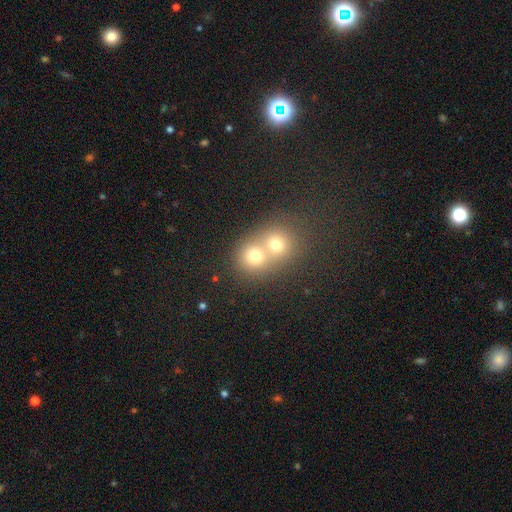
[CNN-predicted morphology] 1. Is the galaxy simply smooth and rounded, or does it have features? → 65% smooth, 18% star or artifact, 18% featured or disk.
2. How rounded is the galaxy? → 77% round, 23% in between, 1% cigar-shaped.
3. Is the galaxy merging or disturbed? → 69% merger, 25% none, 4% minor disturbance, 2% major disturbance.